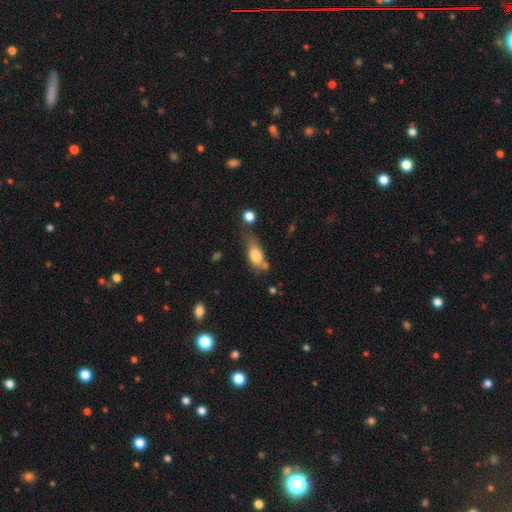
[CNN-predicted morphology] Q: Smooth or featured?
A: smooth (75%); runner-up: featured or disk (17%)
Q: How rounded?
A: in between (81%); runner-up: cigar-shaped (11%)
Q: Merging?
A: none (36%); runner-up: minor disturbance (31%)